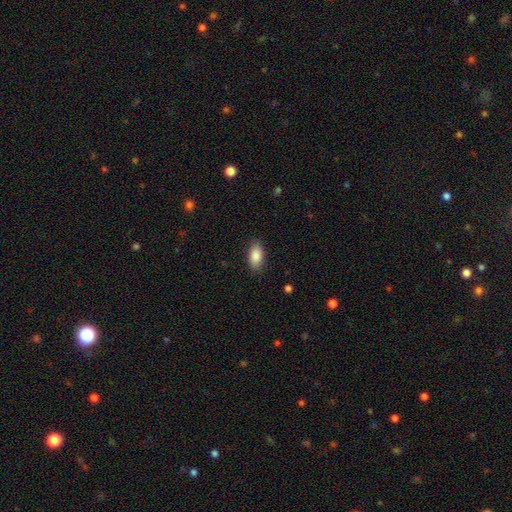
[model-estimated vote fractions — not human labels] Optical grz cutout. It shows a smooth galaxy with no disk features (87%) that is in between round and cigar-shaped (91%). Merging: none (86%).